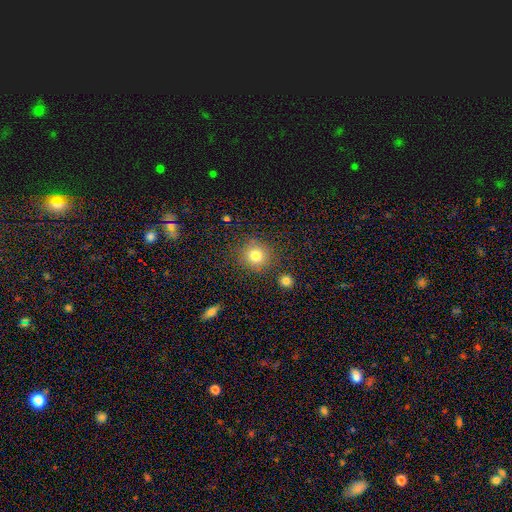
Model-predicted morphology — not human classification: This is likely a smooth galaxy (80%). How rounded: clearly round (92%). Merging: clearly none (85%).